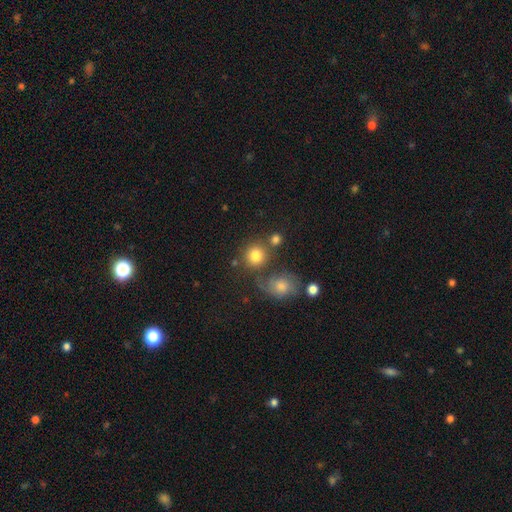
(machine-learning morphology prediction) Smooth or featured?
  - smooth: 80% *
  - star or artifact: 10%
  - featured or disk: 9%
How rounded?
  - round: 86% *
  - in between: 13%
  - cigar-shaped: 1%
Merging?
  - none: 62% *
  - merger: 20%
  - minor disturbance: 12%
  - major disturbance: 6%